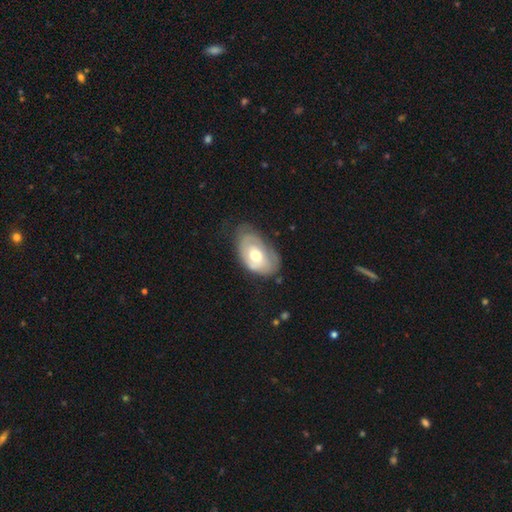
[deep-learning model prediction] Smooth or featured? Predicted: featured or disk (p=0.54). Edge-on disk? Predicted: no (p=0.92). Bar? Predicted: no (p=0.80). Spiral arms? Predicted: yes (p=0.52). Bulge size? Predicted: moderate (p=0.71). Merging? Predicted: none (p=0.53).